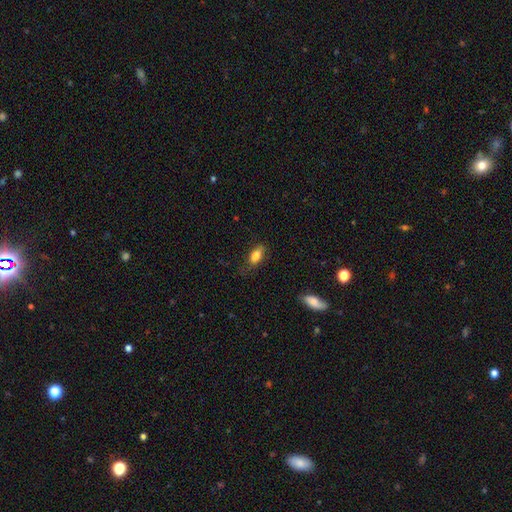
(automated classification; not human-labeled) Smooth or featured: smooth — 82% (featured or disk — 11%)
How rounded: in between — 84% (cigar-shaped — 11%)
Merging: none — 70% (minor disturbance — 22%)